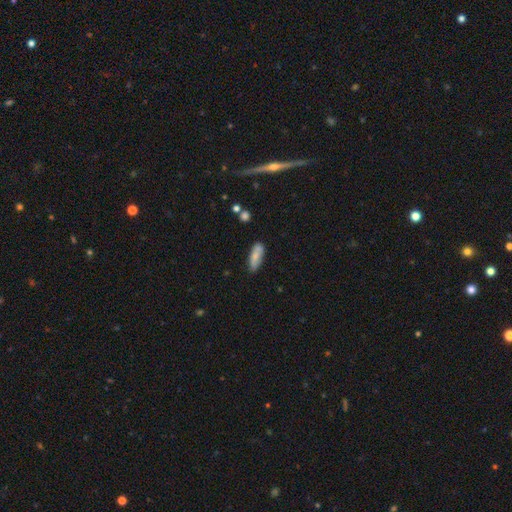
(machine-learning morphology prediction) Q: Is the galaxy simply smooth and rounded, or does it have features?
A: smooth — 74%.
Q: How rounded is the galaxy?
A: in between — 67%.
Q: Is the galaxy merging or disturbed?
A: none — 73%.